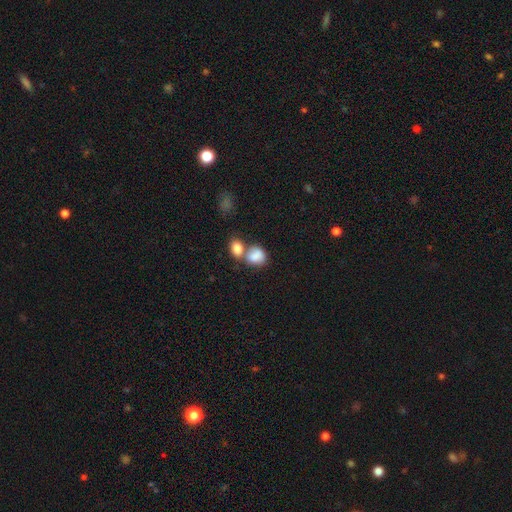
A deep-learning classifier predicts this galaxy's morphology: Smooth or featured: smooth — 82% (featured or disk — 10%)
How rounded: in between — 60% (round — 39%)
Merging: merger — 59% (none — 26%)